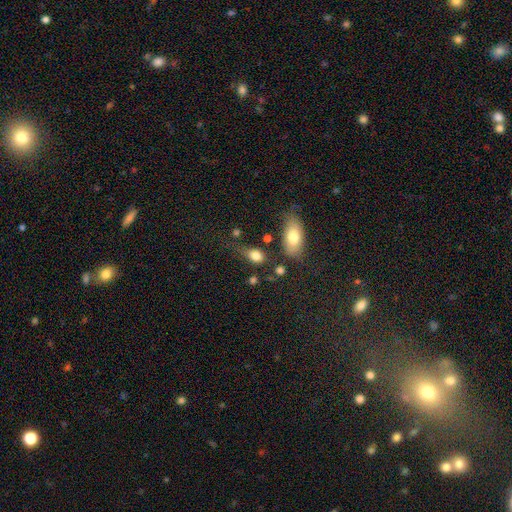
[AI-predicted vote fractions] Smooth or featured?
  - smooth: 82% *
  - star or artifact: 9%
  - featured or disk: 9%
How rounded?
  - in between: 76% *
  - round: 21%
  - cigar-shaped: 4%
Merging?
  - none: 49% *
  - minor disturbance: 27%
  - major disturbance: 14%
  - merger: 10%